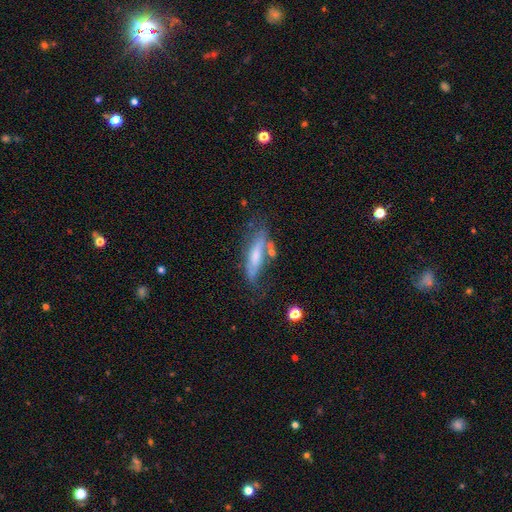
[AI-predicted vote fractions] Q: Smooth or featured?
A: smooth (50%); runner-up: featured or disk (42%)
Q: How rounded?
A: cigar-shaped (67%); runner-up: in between (31%)
Q: Merging?
A: none (50%); runner-up: minor disturbance (27%)